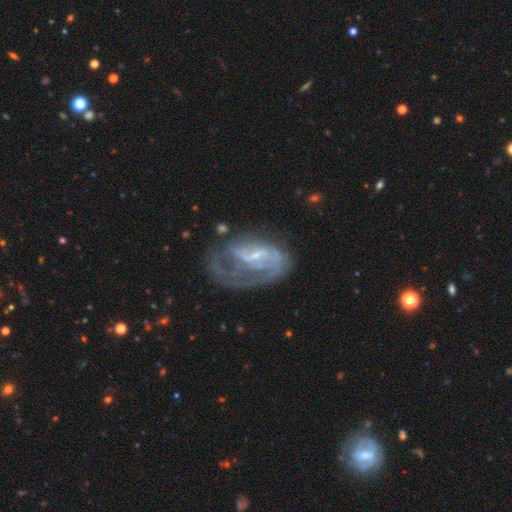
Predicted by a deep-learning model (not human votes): This appears to be a featured or disk galaxy (78%) with a weak bar (50%), 2 (32%) medium (41%) spiral arms (80%) and a small central bulge (60%). Merging: none (38%).